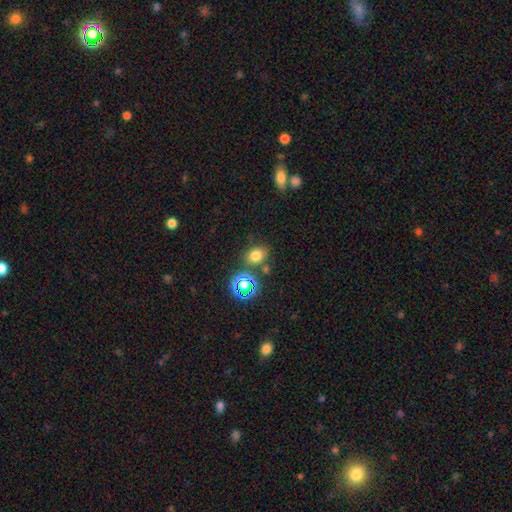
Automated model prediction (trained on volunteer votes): Smooth or featured? smooth (73%)
How rounded? in between (58%)
Merging? none (74%)